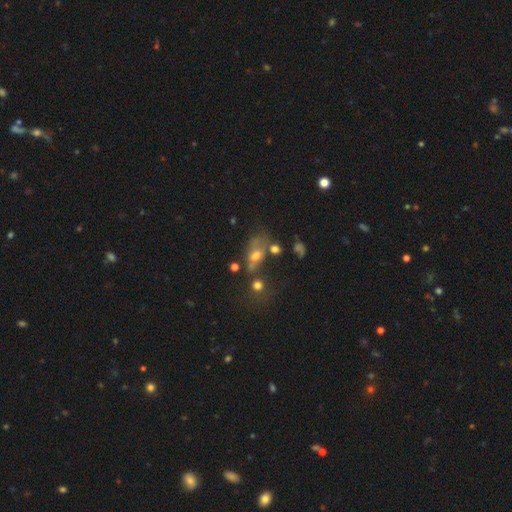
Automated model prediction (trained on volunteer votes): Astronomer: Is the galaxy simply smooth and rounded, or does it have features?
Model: smooth — 49% (runner-up: featured or disk, 30%).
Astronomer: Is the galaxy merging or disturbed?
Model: none — 32% (runner-up: merger, 29%).